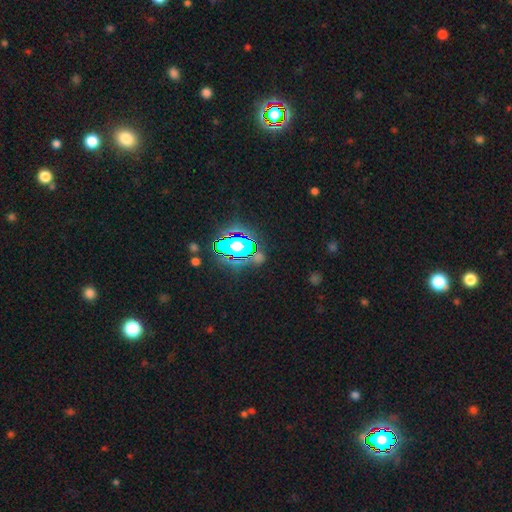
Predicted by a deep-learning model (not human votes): Morphology: type=star or artifact (71%).